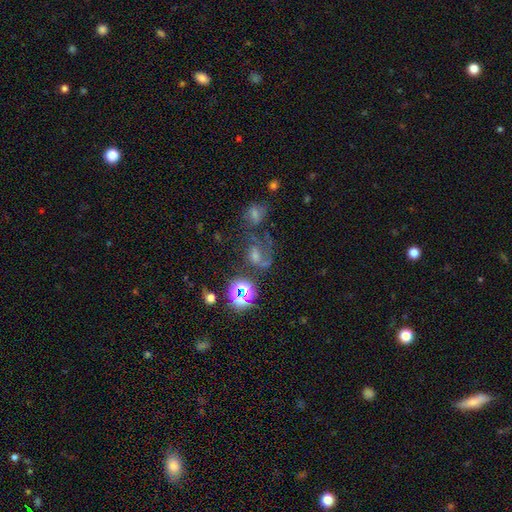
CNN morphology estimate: Overall: star or artifact (42%; featured or disk 34%).